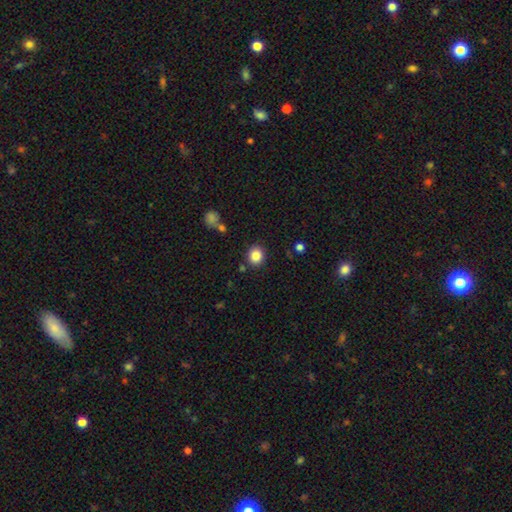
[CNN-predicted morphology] Smooth or featured: smooth — 85% (star or artifact — 10%)
How rounded: round — 78% (in between — 22%)
Merging: none — 87% (minor disturbance — 8%)